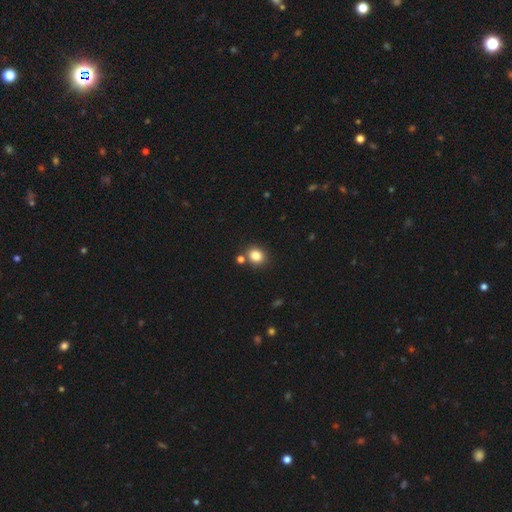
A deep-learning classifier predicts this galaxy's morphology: Smooth or featured? smooth (83%)
How rounded? round (66%)
Merging? none (78%)